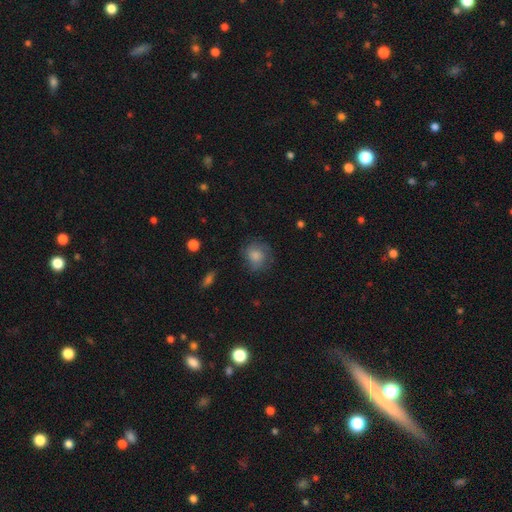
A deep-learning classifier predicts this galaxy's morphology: smooth-or-featured: smooth: 63% | featured or disk: 28% | star or artifact: 9%
  how-rounded: round: 82% | in between: 17% | cigar-shaped: 1%
  merging: none: 69% | minor disturbance: 21% | major disturbance: 9% | merger: 1%